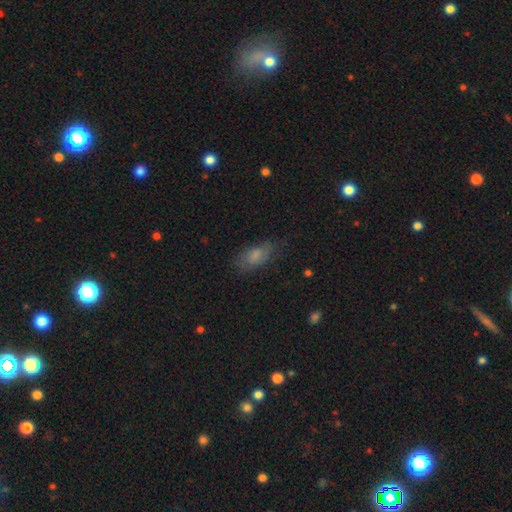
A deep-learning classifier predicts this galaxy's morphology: This appears to be a smooth galaxy with no disk features (73%) that is in between round and cigar-shaped (85%). Merging: none (71%).